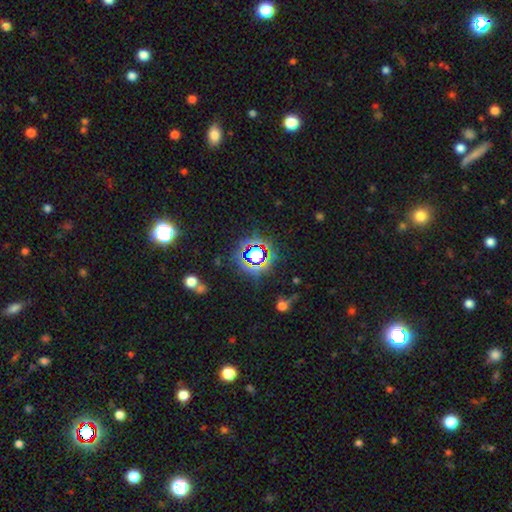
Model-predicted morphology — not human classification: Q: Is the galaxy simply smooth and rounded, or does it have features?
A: star or artifact — 67%.